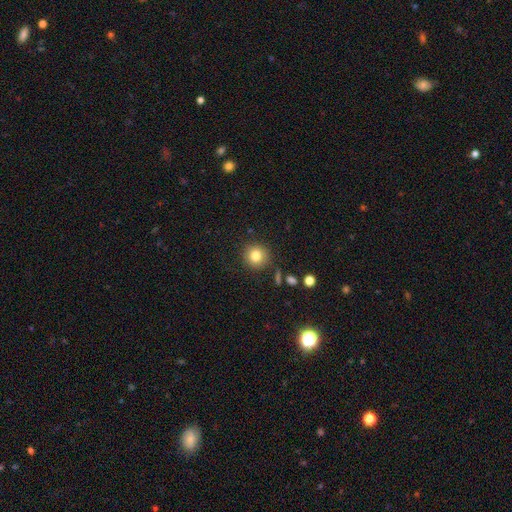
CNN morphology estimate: smooth 81%, star or artifact 11%, featured or disk 8%. Down the decision tree: how rounded — round (92%); merging — none (86%).